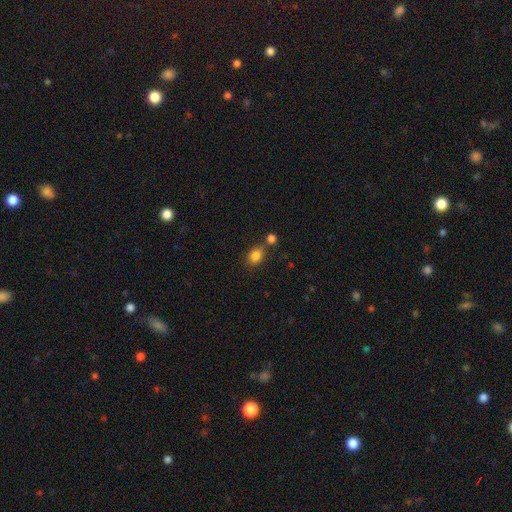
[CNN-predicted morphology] smooth_or_featured: smooth (p=0.84) [alt: star or artifact p=0.11]
how_rounded: in between (p=0.53) [alt: round p=0.46]
merging: none (p=0.66) [alt: merger p=0.18]